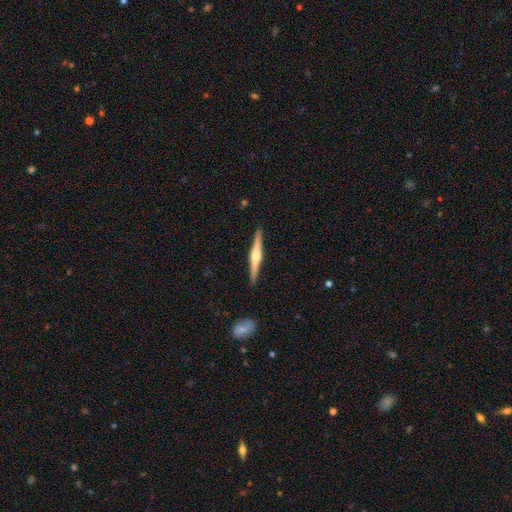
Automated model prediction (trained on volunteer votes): smooth_or_featured: featured or disk (p=0.73) [alt: smooth p=0.22]
disk_edge_on: yes (p=0.98) [alt: no p=0.02]
edge_on_bulge: rounded (p=0.86) [alt: boxy p=0.09]
merging: none (p=0.91) [alt: minor disturbance p=0.06]